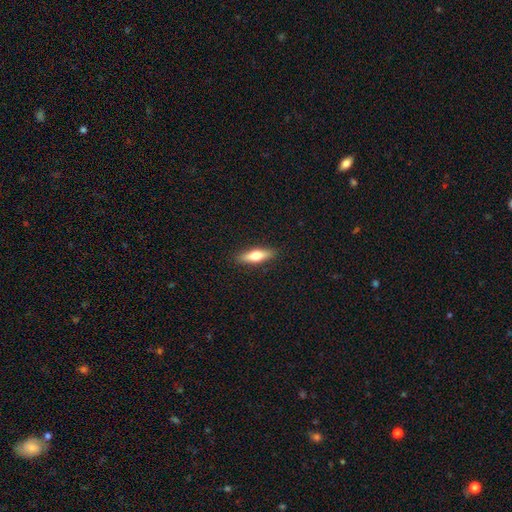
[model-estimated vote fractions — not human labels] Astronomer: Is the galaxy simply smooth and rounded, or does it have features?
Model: smooth — 59% (runner-up: featured or disk, 35%).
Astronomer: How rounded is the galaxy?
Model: cigar-shaped — 57% (runner-up: in between, 40%).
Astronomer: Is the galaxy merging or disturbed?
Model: none — 90%.